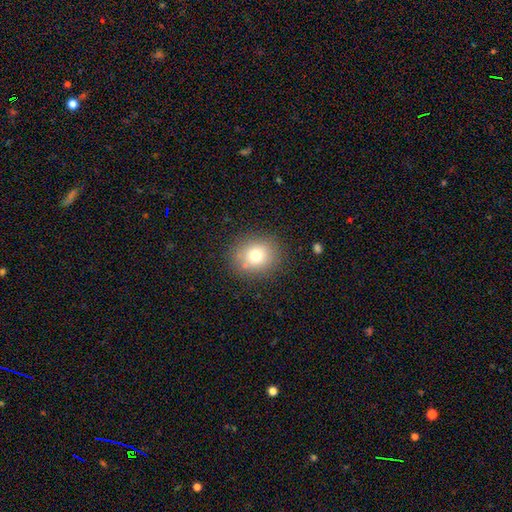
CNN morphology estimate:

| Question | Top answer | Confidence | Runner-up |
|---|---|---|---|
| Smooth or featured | smooth | 75% | star or artifact (13%) |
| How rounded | round | 76% | in between (23%) |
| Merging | none | 82% | minor disturbance (11%) |